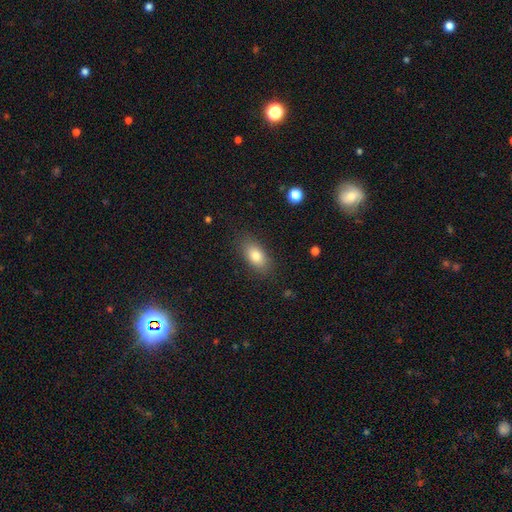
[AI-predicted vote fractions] The model was most divided on "smooth or featured": smooth: 81%, featured or disk: 11%, star or artifact: 8%. More confident: how rounded — in between (87%); merging — none (84%).